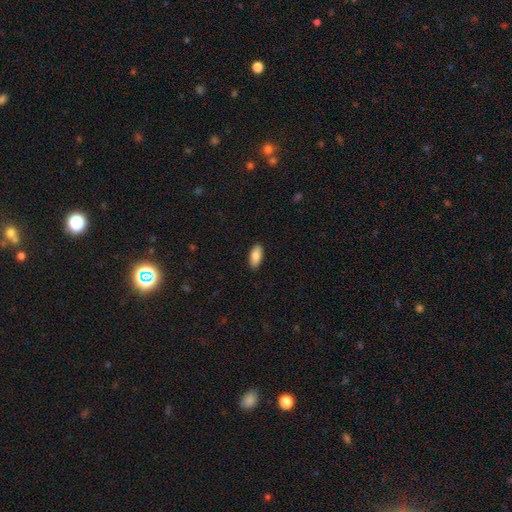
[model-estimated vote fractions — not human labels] This appears to be a smooth galaxy with no disk features (87%) that is in between round and cigar-shaped (89%). Merging: none (90%).